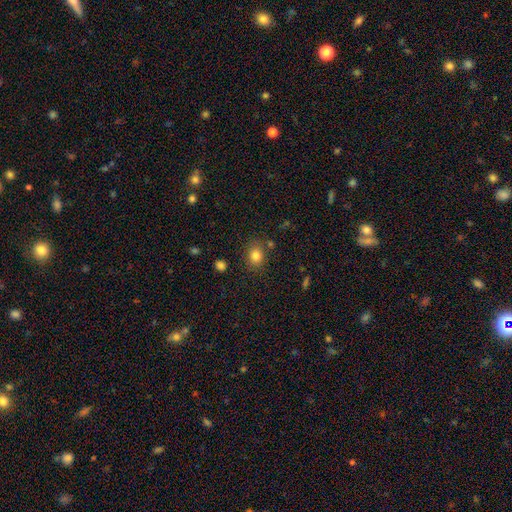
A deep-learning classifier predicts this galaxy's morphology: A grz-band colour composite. It shows a smooth galaxy with no disk features (82%) that is round (58%). Merging: none (80%).